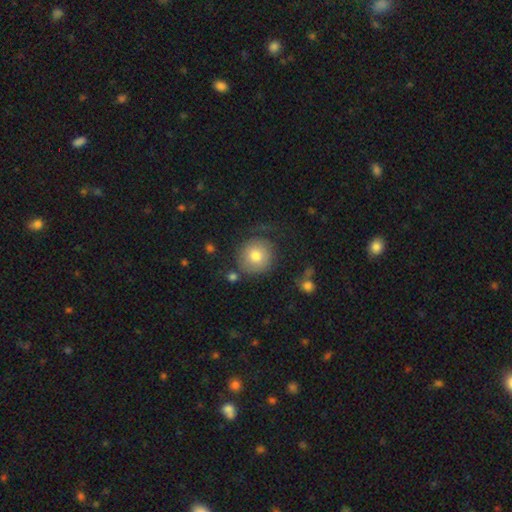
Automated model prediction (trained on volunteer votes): Smooth or featured? Predicted: smooth (p=0.73). How rounded? Predicted: round (p=0.91). Merging? Predicted: none (p=0.66).